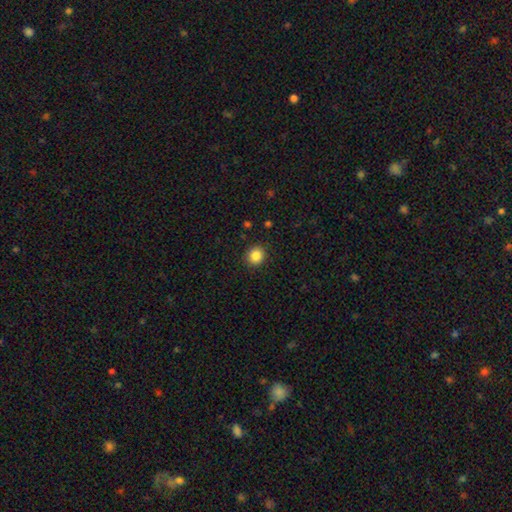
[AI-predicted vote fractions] Morphology: type=smooth (86%); roundness=round (84%); merging=none (91%).